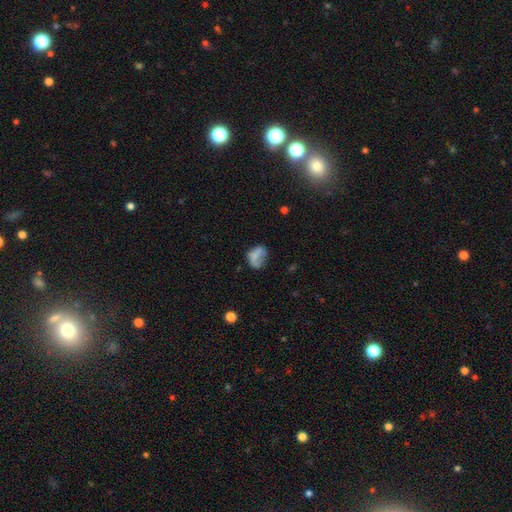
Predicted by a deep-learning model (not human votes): smooth 62%, featured or disk 27%, star or artifact 11%. Down the decision tree: how rounded — in between (71%); merging — none (40%).